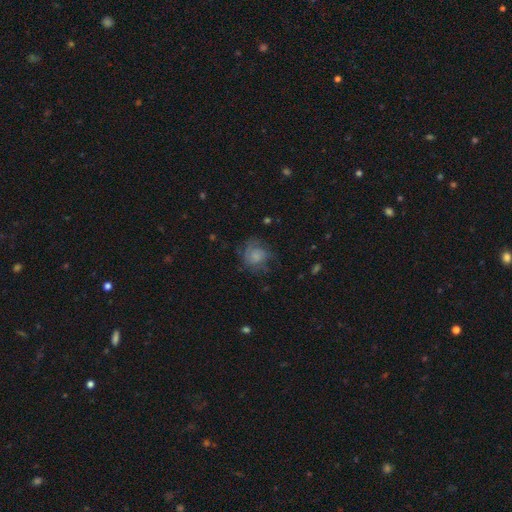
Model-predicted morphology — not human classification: A smooth galaxy with no disk features (54%) that is round (76%).

Vote fractions:
- Smooth or featured? smooth: 54% / featured or disk: 36% / star or artifact: 10%
- How rounded? round: 76% / in between: 23% / cigar-shaped: 1%
- Merging? none: 54% / minor disturbance: 24% / major disturbance: 20% / merger: 1%